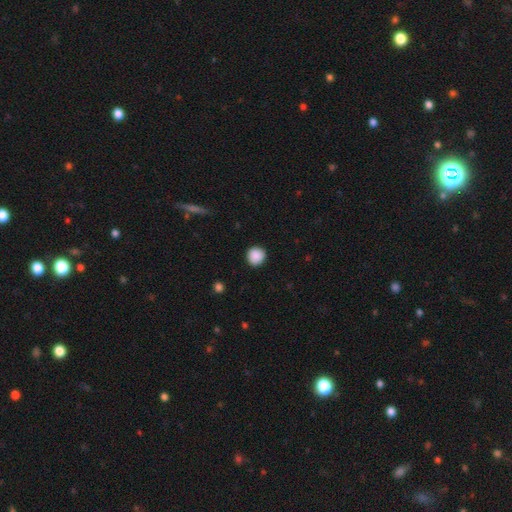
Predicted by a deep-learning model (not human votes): Overall: smooth (89%). How rounded: round (92%). Merging: none (90%).